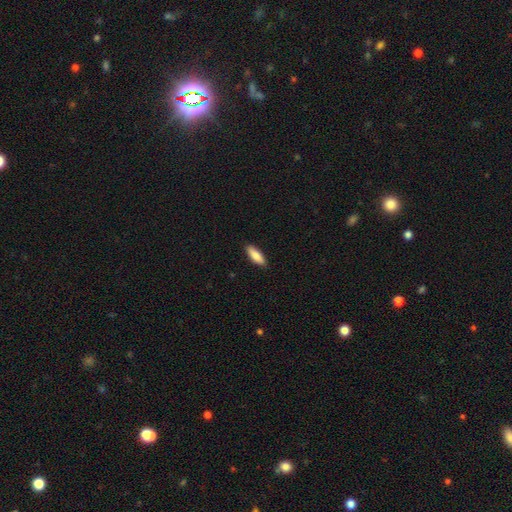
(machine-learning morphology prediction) Smooth or featured? smooth (84%)
How rounded? in between (58%)
Merging? none (89%)